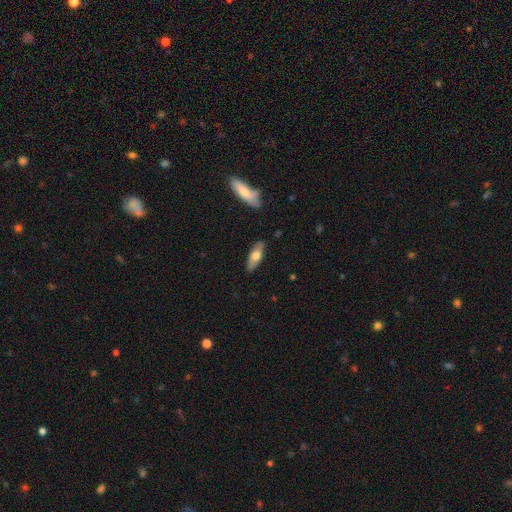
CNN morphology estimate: The model was most divided on "smooth or featured": smooth: 59%, featured or disk: 36%, star or artifact: 6%. More confident: merging — none (85%); how rounded — in between (63%).